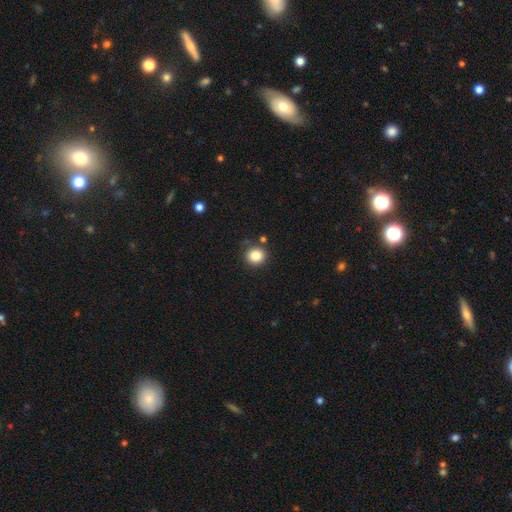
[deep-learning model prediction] smooth_or_featured: smooth (p=0.84) [alt: star or artifact p=0.10]
how_rounded: round (p=0.90) [alt: in between p=0.09]
merging: none (p=0.84) [alt: minor disturbance p=0.09]